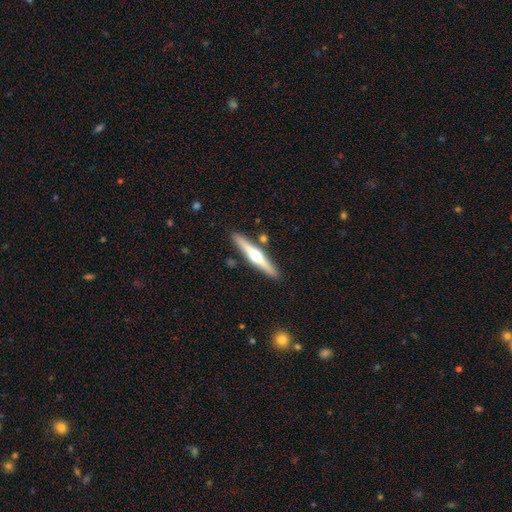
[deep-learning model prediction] smooth_or_featured: featured or disk (p=0.69) [alt: smooth p=0.26]
disk_edge_on: yes (p=0.98) [alt: no p=0.02]
edge_on_bulge: rounded (p=0.94) [alt: none p=0.03]
merging: none (p=0.88) [alt: minor disturbance p=0.07]